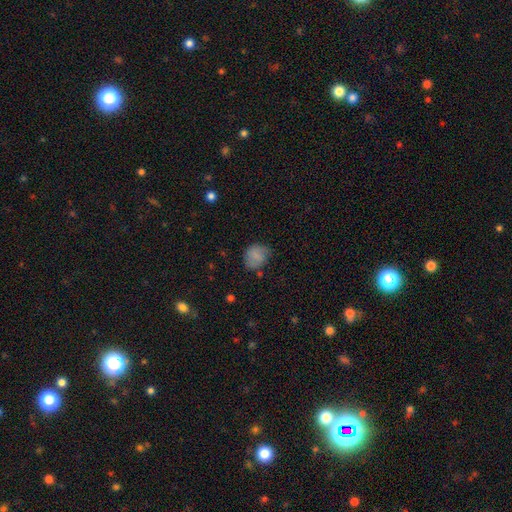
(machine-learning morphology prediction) A smooth galaxy with no disk features (79%) that is round (65%). Merging: none (65%).